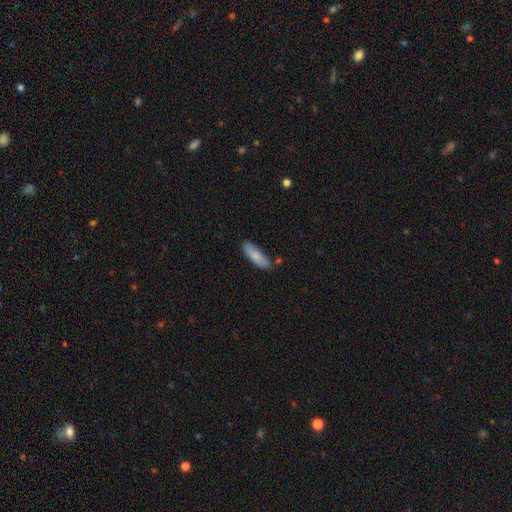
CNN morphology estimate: Smooth or featured?
  - smooth: 82% *
  - featured or disk: 12%
  - star or artifact: 6%
How rounded?
  - in between: 57% *
  - cigar-shaped: 41%
  - round: 2%
Merging?
  - none: 77% *
  - minor disturbance: 15%
  - merger: 4%
  - major disturbance: 3%